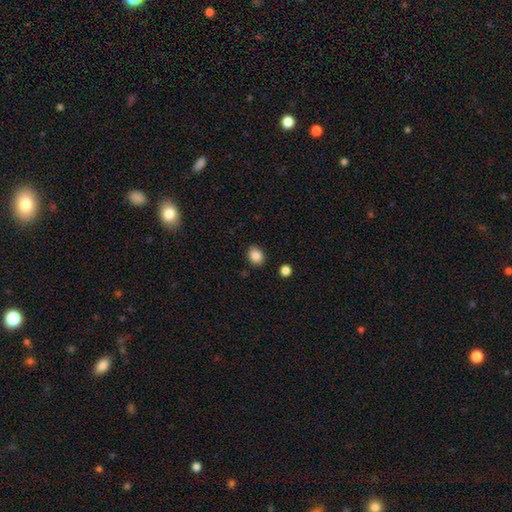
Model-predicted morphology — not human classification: This appears to be a smooth galaxy with no disk features (87%) that is in between round and cigar-shaped (51%). Merging: none (86%).